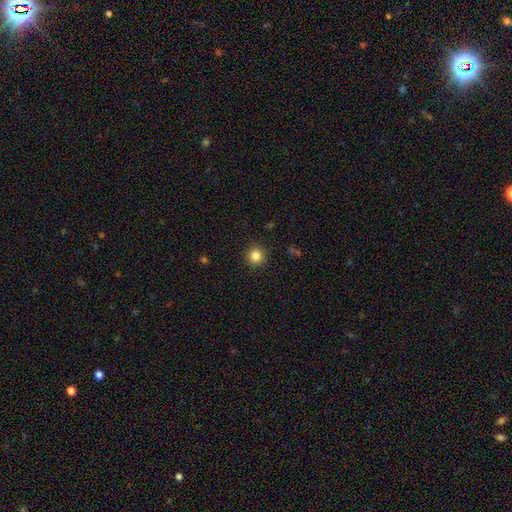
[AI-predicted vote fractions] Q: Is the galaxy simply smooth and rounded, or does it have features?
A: smooth — 84%.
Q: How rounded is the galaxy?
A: round — 94%.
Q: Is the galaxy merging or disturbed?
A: none — 92%.